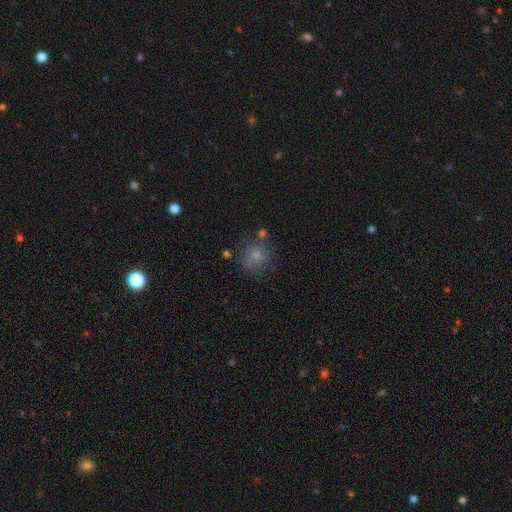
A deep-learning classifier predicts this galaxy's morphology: This appears to be a smooth galaxy with no disk features (75%) that is round (83%). Merging: none (63%).